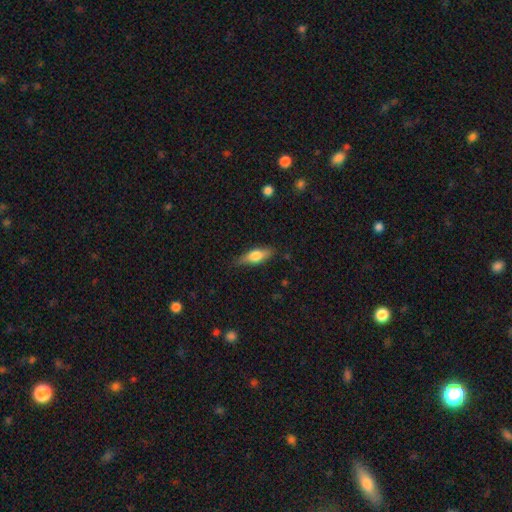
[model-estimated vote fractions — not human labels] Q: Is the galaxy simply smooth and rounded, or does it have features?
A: smooth — 61%.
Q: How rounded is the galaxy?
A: in between — 59%.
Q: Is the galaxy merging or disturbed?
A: none — 81%.